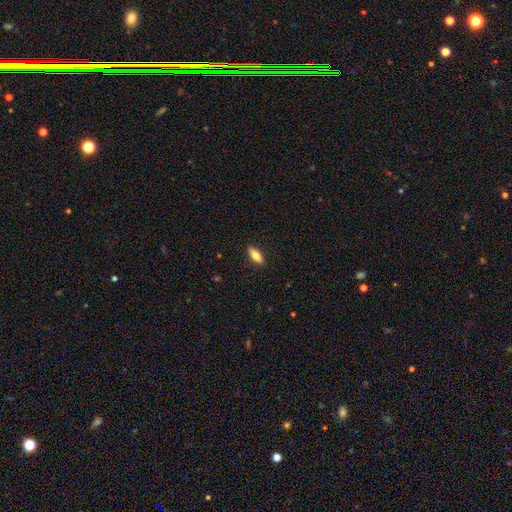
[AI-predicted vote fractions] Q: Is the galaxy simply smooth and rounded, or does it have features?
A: smooth — 72%.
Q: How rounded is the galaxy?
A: in between — 71%.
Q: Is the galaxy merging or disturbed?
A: none — 89%.